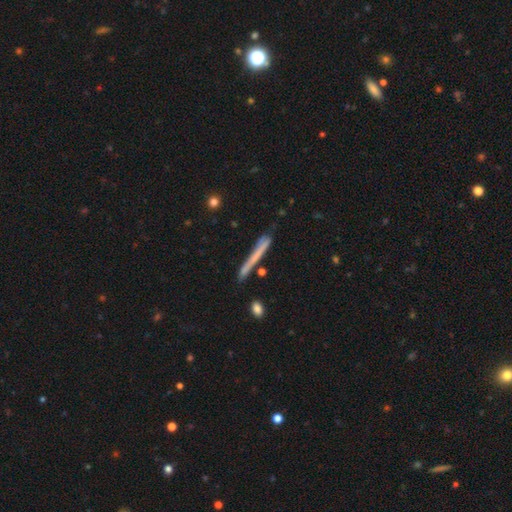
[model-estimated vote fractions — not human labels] smooth 56%, featured or disk 37%, star or artifact 7%. Down the decision tree: how rounded — cigar-shaped (96%); merging — none (75%).